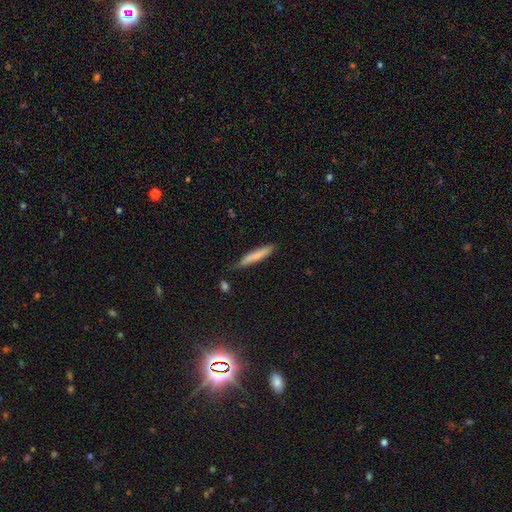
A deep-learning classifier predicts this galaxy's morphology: smooth_or_featured: smooth (p=0.76) [alt: featured or disk p=0.18]
how_rounded: cigar-shaped (p=0.92) [alt: in between p=0.06]
merging: none (p=0.71) [alt: minor disturbance p=0.23]